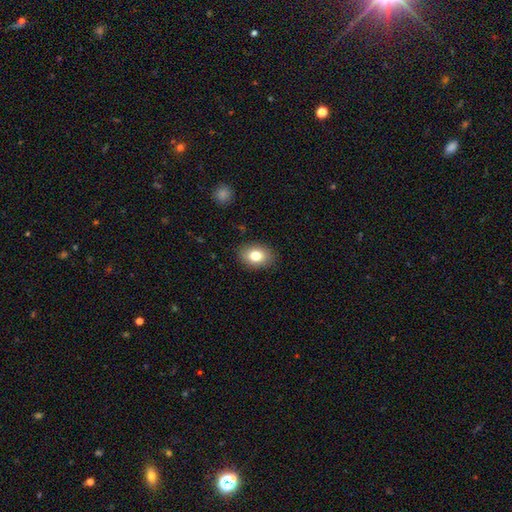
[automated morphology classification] Smooth or featured? Predicted: smooth (p=0.80). How rounded? Predicted: in between (p=0.74). Merging? Predicted: none (p=0.88).